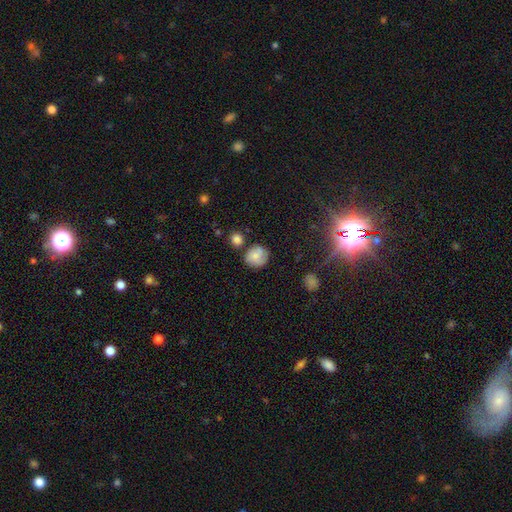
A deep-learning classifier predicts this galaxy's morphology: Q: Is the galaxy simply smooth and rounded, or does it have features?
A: smooth — 59%.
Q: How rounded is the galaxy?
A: round — 81%.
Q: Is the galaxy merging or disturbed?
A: none — 65%.